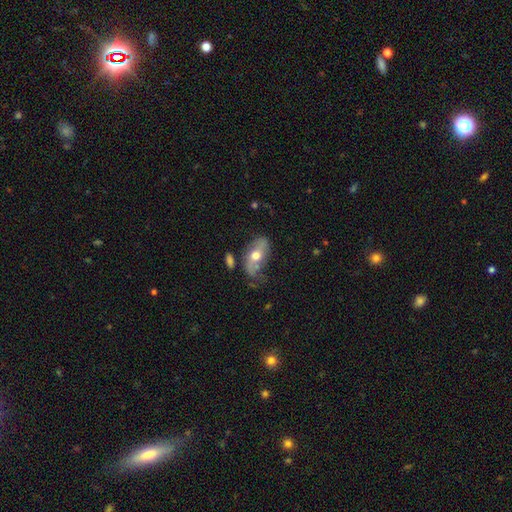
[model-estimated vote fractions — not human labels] Smooth or featured?
  - featured or disk: 47% *
  - smooth: 46%
  - star or artifact: 7%
Merging?
  - none: 52% *
  - minor disturbance: 28%
  - major disturbance: 14%
  - merger: 6%